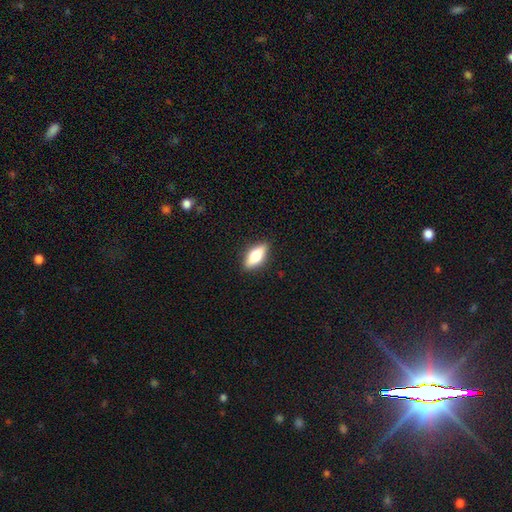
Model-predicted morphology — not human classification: A smooth galaxy with no disk features (66%) that is in between round and cigar-shaped (73%). Merging: none (89%).